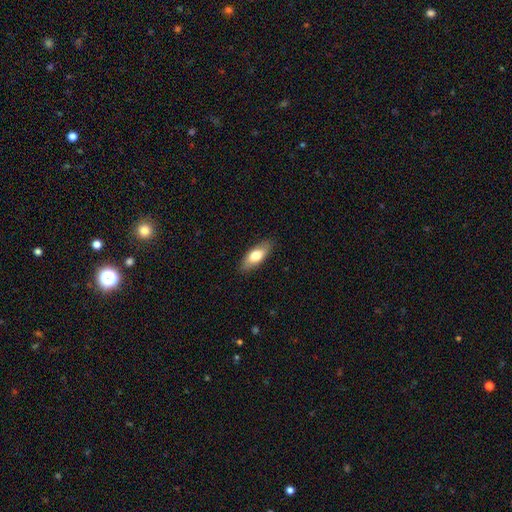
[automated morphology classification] Smooth or featured? smooth (72%)
How rounded? in between (80%)
Merging? none (87%)